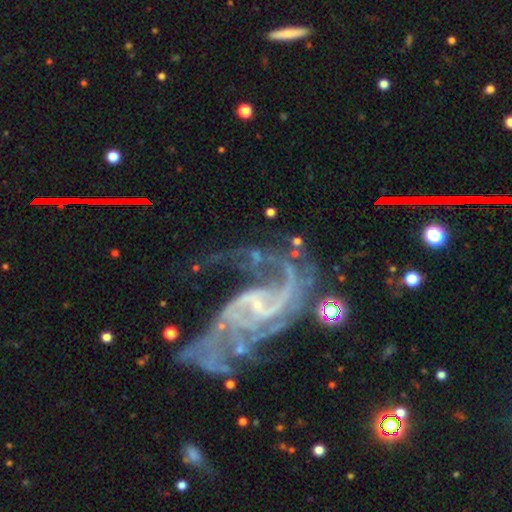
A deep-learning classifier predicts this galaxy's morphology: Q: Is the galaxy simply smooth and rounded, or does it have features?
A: featured or disk — 88%.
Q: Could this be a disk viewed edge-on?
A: no — 97%.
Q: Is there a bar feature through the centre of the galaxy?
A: weak — 41%.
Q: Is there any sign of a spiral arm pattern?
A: yes — 95%.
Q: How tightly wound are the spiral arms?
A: loose — 46%.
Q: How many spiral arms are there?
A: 2 — 59%.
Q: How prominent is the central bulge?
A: small — 79%.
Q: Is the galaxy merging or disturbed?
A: none — 39%.